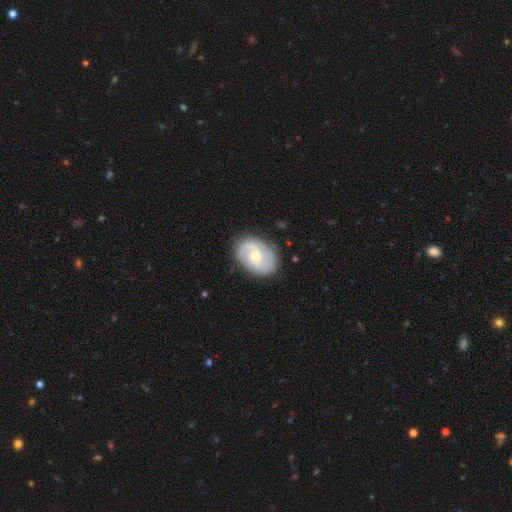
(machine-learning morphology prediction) The model was most divided on "bulge size": moderate: 50%, small: 46%, large: 2%, none: 1%, dominant: 1%. Remaining: edge-on disk — no (97%); spiral arms — yes (91%); merging — none (81%); spiral arm count — 2 (78%); smooth or featured — featured or disk (75%); bar — no (61%); spiral winding — medium (44%).